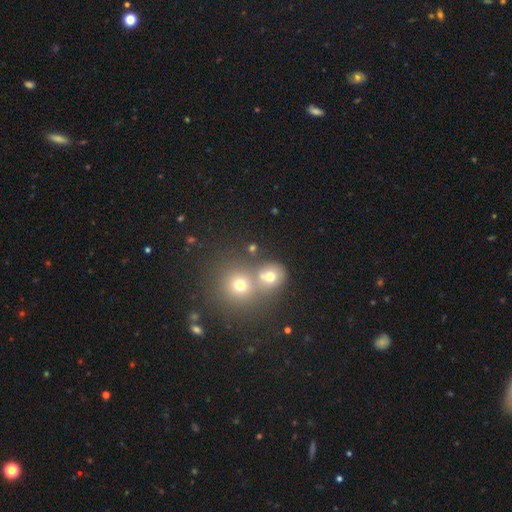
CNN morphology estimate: type=smooth (53%); roundness=round (88%); merging=none (54%).